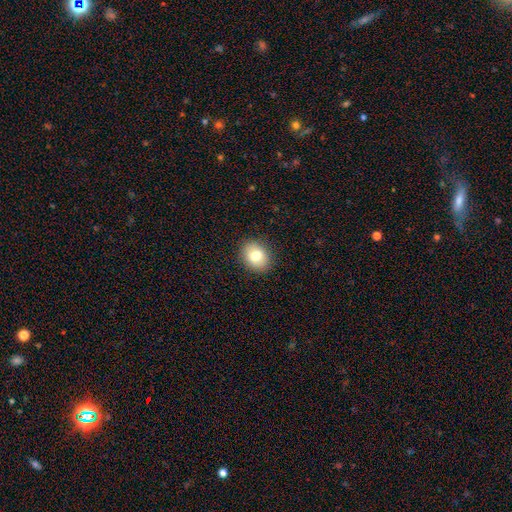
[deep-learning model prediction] A smooth galaxy with no disk features (79%) that is round (58%). Merging: none (89%).